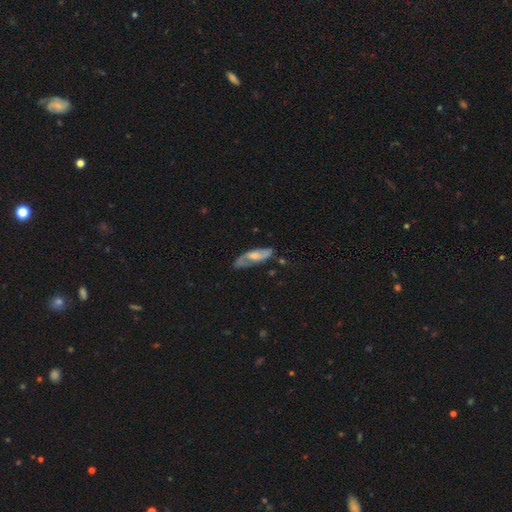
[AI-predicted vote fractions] Smooth or featured? featured or disk (72%)
Edge-on disk? no (84%)
Bar? no (49%)
Spiral arms? yes (89%)
Spiral winding? medium (47%)
Spiral arm count? 2 (80%)
Bulge size? moderate (47%)
Merging? none (71%)